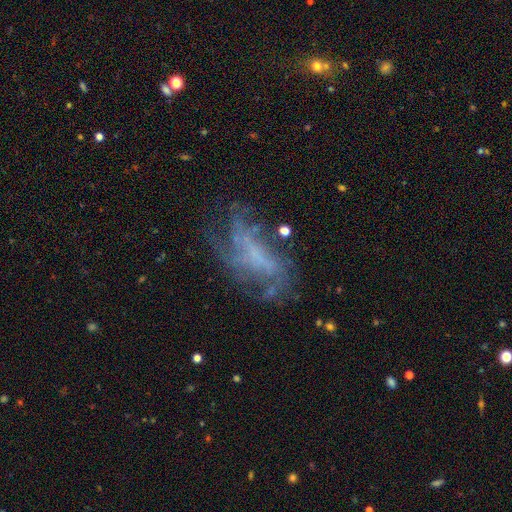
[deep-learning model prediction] The model was most divided on "merging": none: 49%, major disturbance: 26%, minor disturbance: 20%, merger: 4%. More confident: edge-on disk — no (93%); smooth or featured — featured or disk (69%); spiral arms — yes (68%); bulge size — none (63%); bar — no (59%).